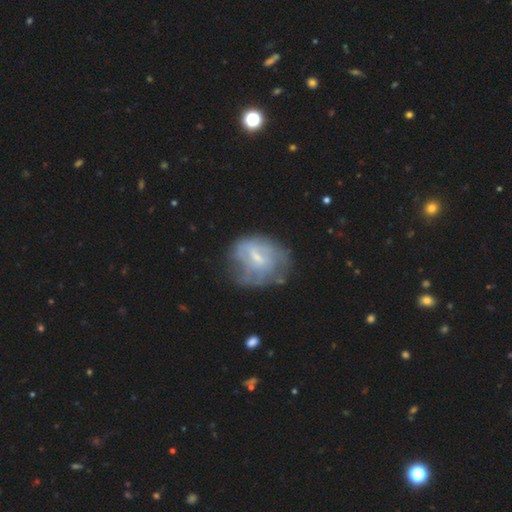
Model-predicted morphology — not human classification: featured or disk 60%, smooth 31%, star or artifact 9%. Down the decision tree: edge-on disk — no (96%); bar — weak (55%); spiral arms — yes (55%); bulge size — small (57%); merging — none (52%).